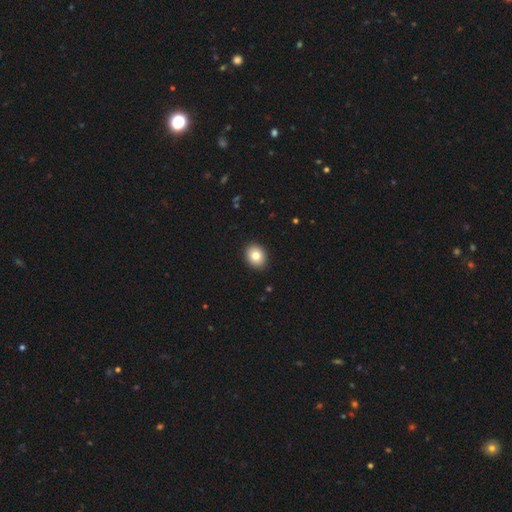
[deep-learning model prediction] Smooth or featured? smooth (82%)
How rounded? round (54%)
Merging? none (91%)